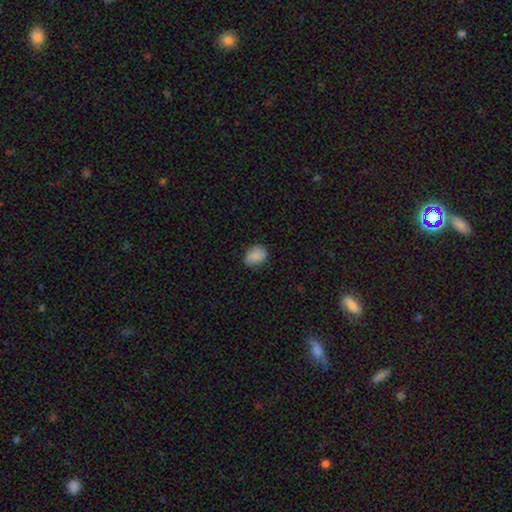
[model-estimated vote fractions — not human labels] This appears to be a smooth galaxy with no disk features (85%) that is in between round and cigar-shaped (63%). Merging: none (71%).